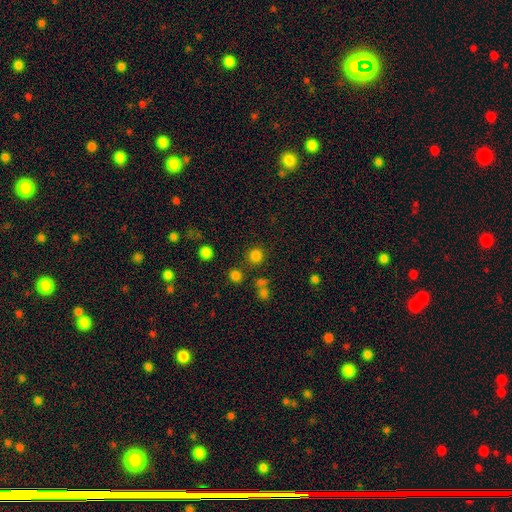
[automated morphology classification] Overall: smooth (80%). How rounded: round (92%). Merging: none (83%).